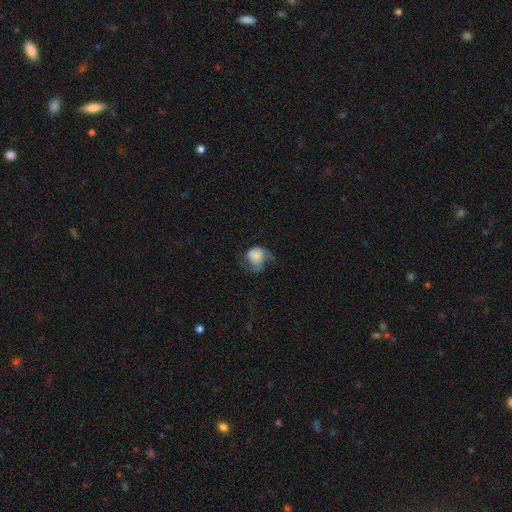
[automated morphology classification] The model was most divided on "how rounded": round: 53%, in between: 46%, cigar-shaped: 1%. Remaining: smooth or featured — smooth (57%); merging — major disturbance (41%).